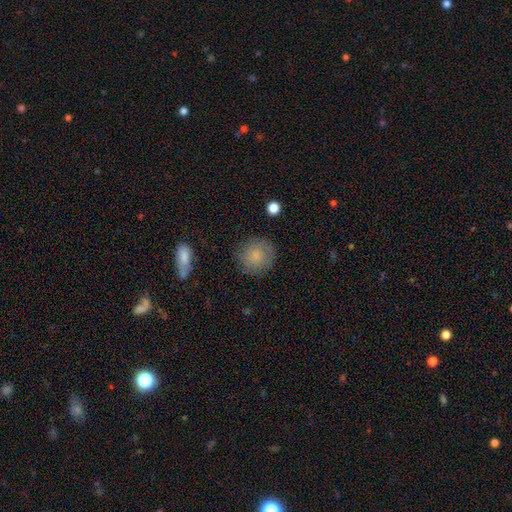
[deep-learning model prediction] smooth 79%, featured or disk 13%, star or artifact 8%. Down the decision tree: how rounded — round (90%); merging — none (81%).